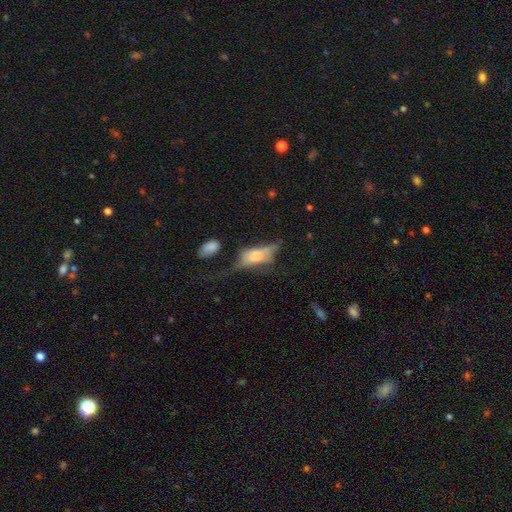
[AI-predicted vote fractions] Smooth or featured?
  - smooth: 49% *
  - featured or disk: 41%
  - star or artifact: 10%
Merging?
  - major disturbance: 44% *
  - none: 22%
  - minor disturbance: 22%
  - merger: 12%